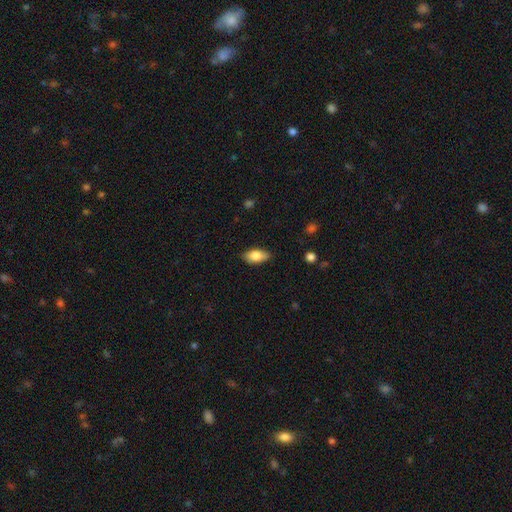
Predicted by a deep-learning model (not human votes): This is clearly a smooth galaxy (81%). How rounded: clearly in between (90%). Merging: clearly none (84%).